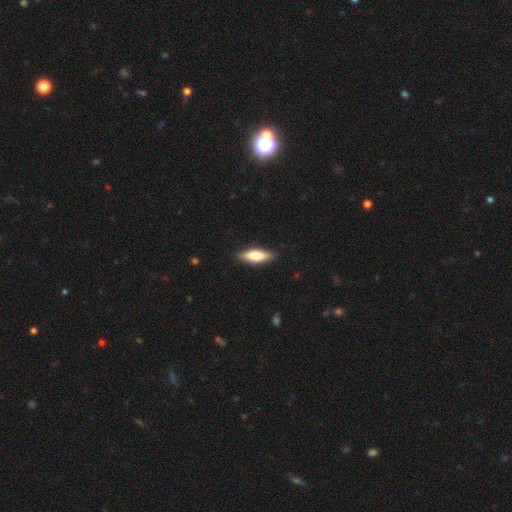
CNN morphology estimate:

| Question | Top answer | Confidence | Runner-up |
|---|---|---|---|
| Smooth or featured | smooth | 68% | featured or disk (27%) |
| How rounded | in between | 57% | cigar-shaped (40%) |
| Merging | none | 88% | minor disturbance (9%) |